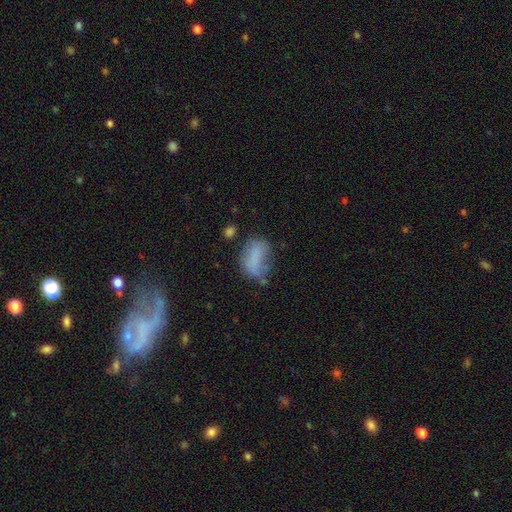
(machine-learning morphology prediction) Smooth or featured?
  - smooth: 71% *
  - featured or disk: 18%
  - star or artifact: 11%
How rounded?
  - in between: 82% *
  - round: 15%
  - cigar-shaped: 3%
Merging?
  - none: 38% *
  - minor disturbance: 32%
  - major disturbance: 22%
  - merger: 8%